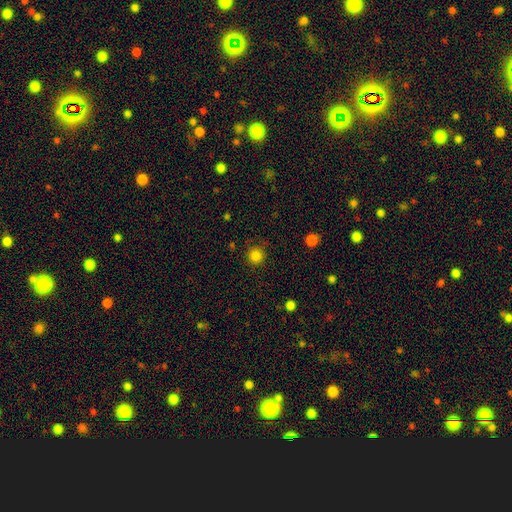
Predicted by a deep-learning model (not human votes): smooth 83%, star or artifact 12%, featured or disk 4%. Down the decision tree: how rounded — round (95%); merging — none (87%).